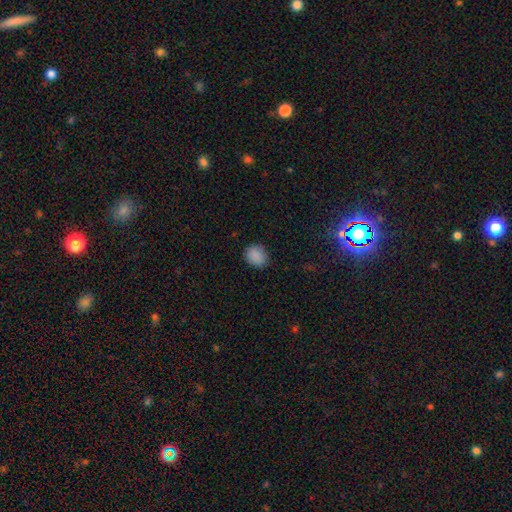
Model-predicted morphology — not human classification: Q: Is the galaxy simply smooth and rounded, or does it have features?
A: smooth — 88%.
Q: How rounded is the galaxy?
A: round — 67%.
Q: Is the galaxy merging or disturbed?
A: none — 81%.